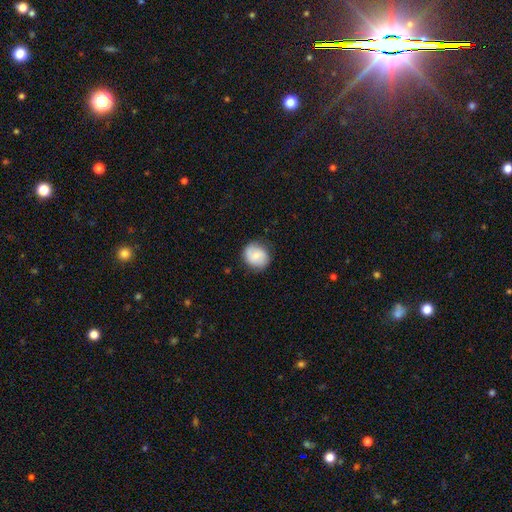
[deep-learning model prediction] Smooth or featured? smooth (71%)
How rounded? round (78%)
Merging? none (80%)